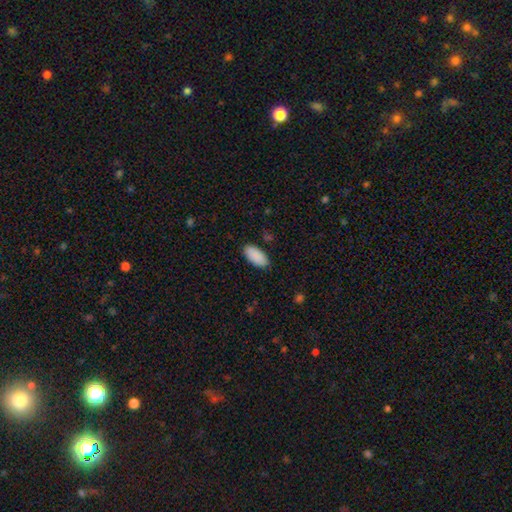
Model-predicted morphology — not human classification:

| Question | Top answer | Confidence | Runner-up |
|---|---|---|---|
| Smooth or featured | smooth | 90% | star or artifact (6%) |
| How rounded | in between | 92% | cigar-shaped (6%) |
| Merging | none | 85% | minor disturbance (11%) |